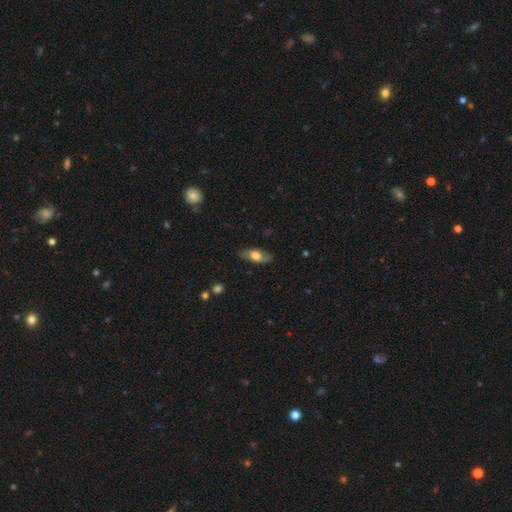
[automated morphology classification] A smooth galaxy with no disk features (56%) that is in between round and cigar-shaped (82%). Merging: none (81%).